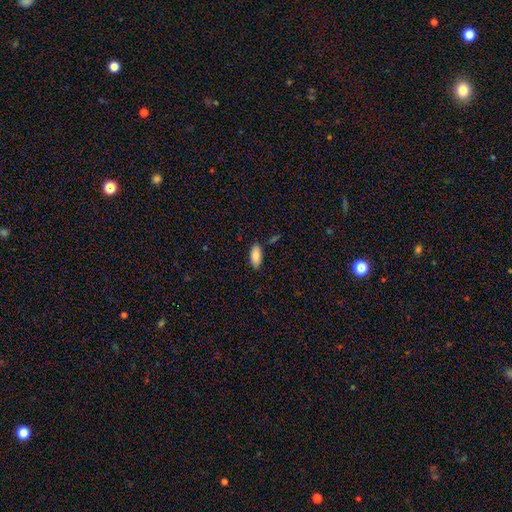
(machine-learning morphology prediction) smooth 85%, featured or disk 8%, star or artifact 7%. Down the decision tree: how rounded — in between (90%); merging — none (82%).